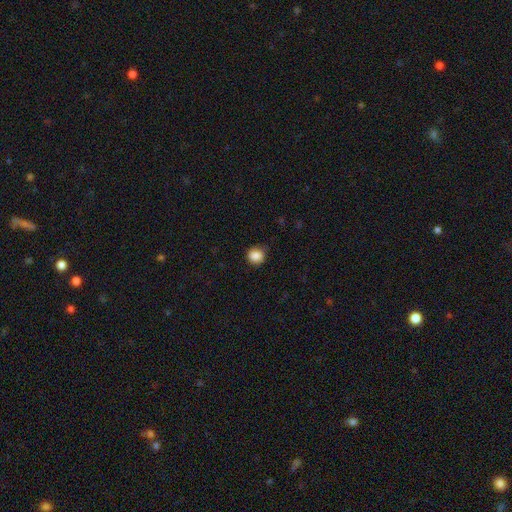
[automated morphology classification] type=smooth (86%); roundness=round (81%); merging=none (74%).